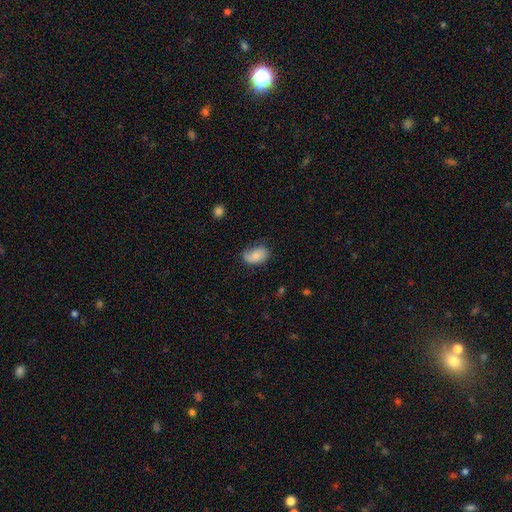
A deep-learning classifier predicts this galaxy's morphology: type=smooth (75%); roundness=in between (89%); merging=none (55%).